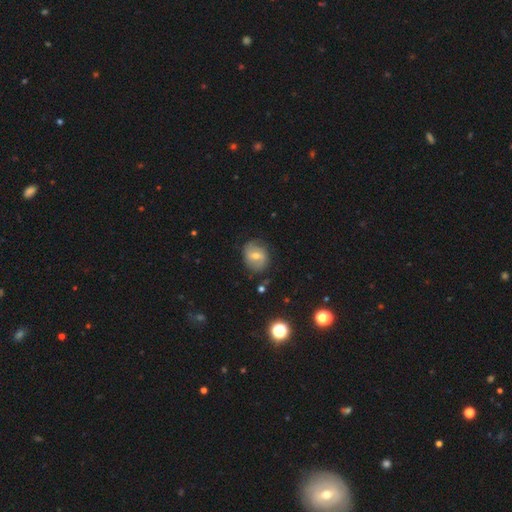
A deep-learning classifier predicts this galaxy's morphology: A featured or disk galaxy (49%). Merging: none (77%).